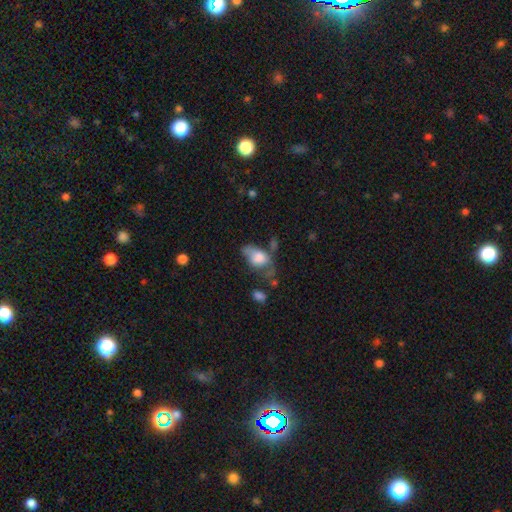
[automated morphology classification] Smooth or featured? smooth (66%)
How rounded? in between (87%)
Merging? major disturbance (32%)